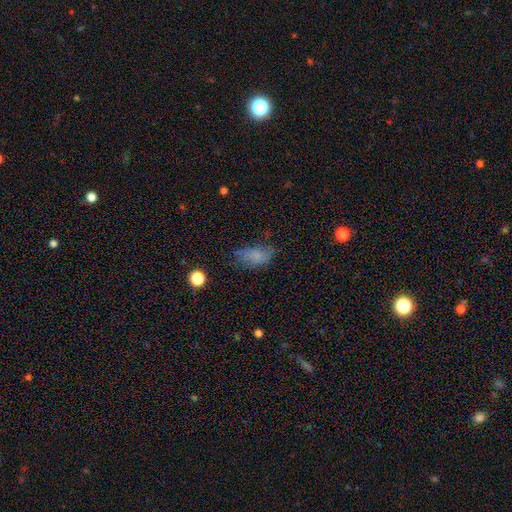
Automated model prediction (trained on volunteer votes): Smooth or featured? smooth (71%)
How rounded? in between (89%)
Merging? none (52%)